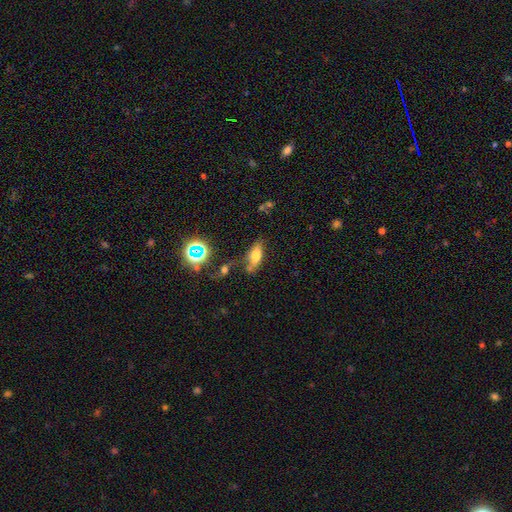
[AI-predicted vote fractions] smooth_or_featured: smooth (p=0.66) [alt: featured or disk p=0.20]
how_rounded: in between (p=0.68) [alt: cigar-shaped p=0.27]
merging: none (p=0.56) [alt: minor disturbance p=0.21]